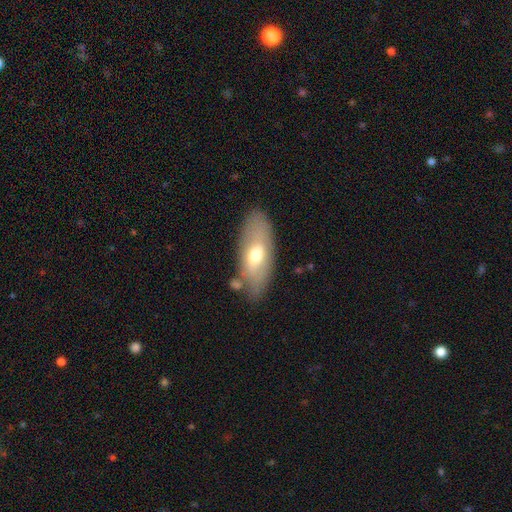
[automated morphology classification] smooth-or-featured: smooth: 60% | featured or disk: 34% | star or artifact: 7%
  how-rounded: in between: 79% | cigar-shaped: 18% | round: 3%
  merging: none: 74% | minor disturbance: 16% | merger: 6% | major disturbance: 5%